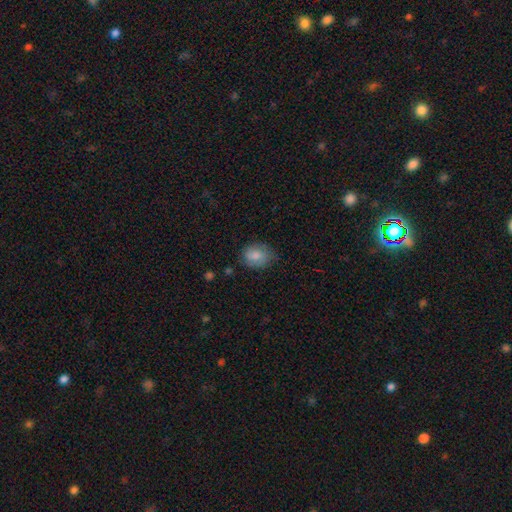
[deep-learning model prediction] Overall: smooth (79%). How rounded: in between (63%; round 36%). Merging: none (69%).